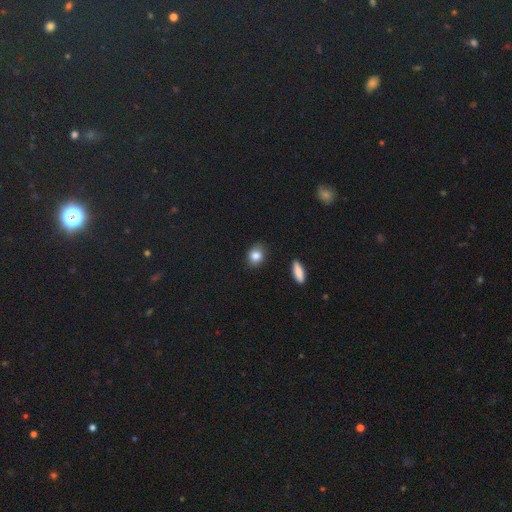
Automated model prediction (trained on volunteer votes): A smooth galaxy with no disk features (84%) that is in between round and cigar-shaped (53%). Merging: none (82%).